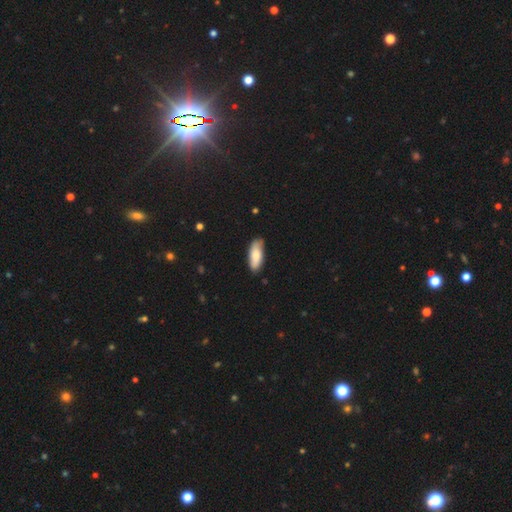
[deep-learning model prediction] The model was most divided on "how rounded": in between: 77%, cigar-shaped: 21%, round: 2%. More confident: merging — none (82%); smooth or featured — smooth (78%).